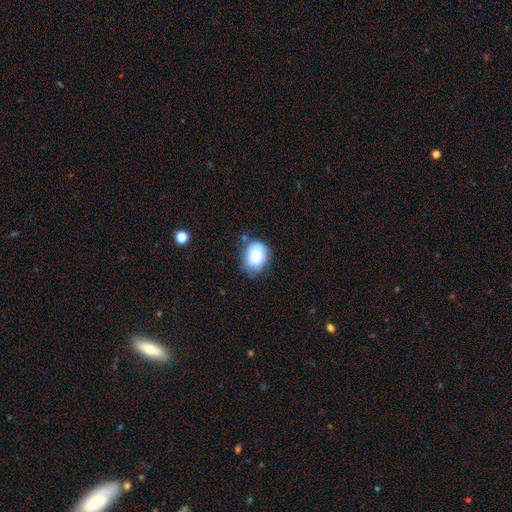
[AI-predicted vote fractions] smooth-or-featured: smooth: 75% | featured or disk: 17% | star or artifact: 8%
  how-rounded: in between: 60% | round: 39% | cigar-shaped: 1%
  merging: none: 59% | minor disturbance: 29% | major disturbance: 7% | merger: 4%